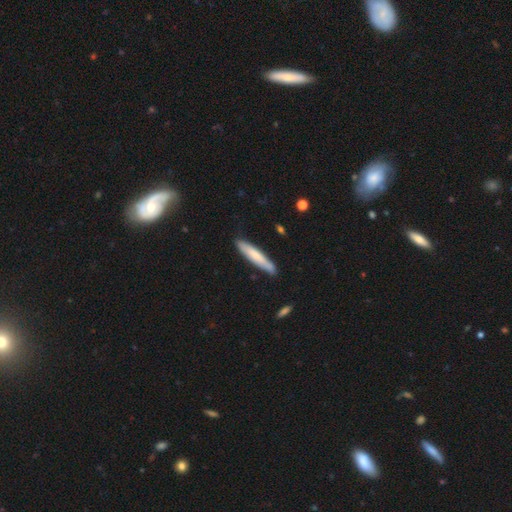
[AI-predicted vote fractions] smooth-or-featured: smooth: 68% | featured or disk: 27% | star or artifact: 5%
  how-rounded: cigar-shaped: 90% | in between: 9% | round: 1%
  merging: none: 85% | minor disturbance: 12% | merger: 2% | major disturbance: 2%